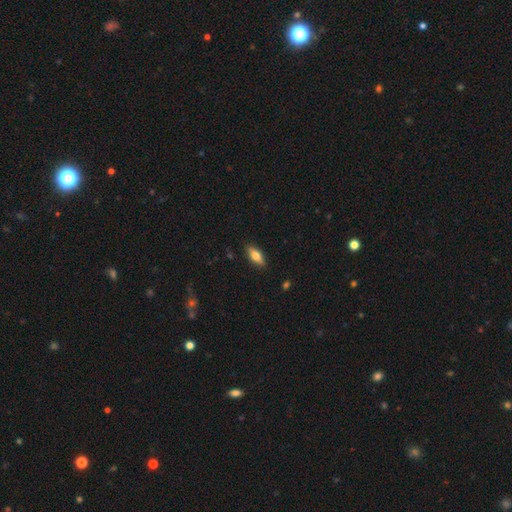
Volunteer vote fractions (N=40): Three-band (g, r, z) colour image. It shows a smooth galaxy with no disk features (68%) that is in between round and cigar-shaped (70%). Merging: none (87%).